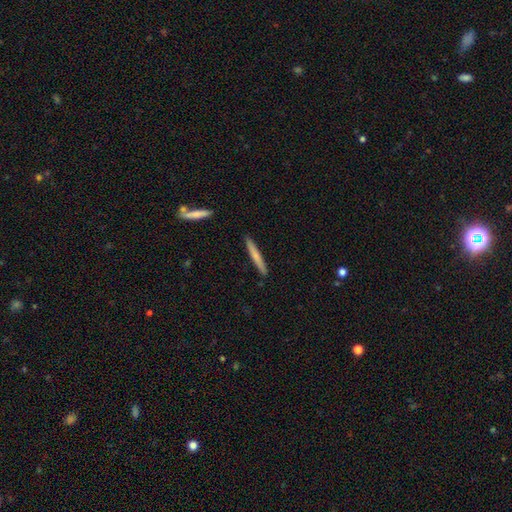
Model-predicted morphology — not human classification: Overall: smooth (64%; featured or disk 31%). How rounded: cigar-shaped (96%). Merging: none (91%).